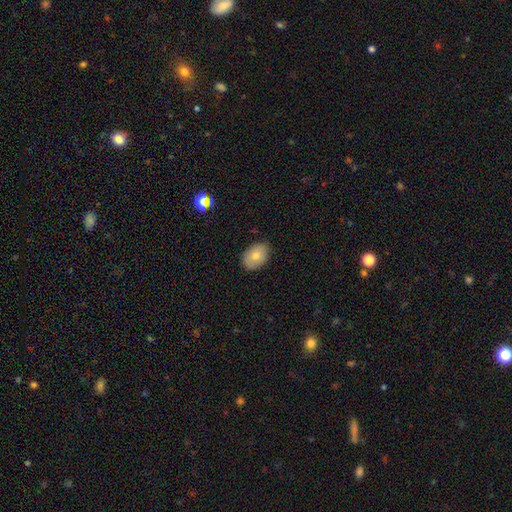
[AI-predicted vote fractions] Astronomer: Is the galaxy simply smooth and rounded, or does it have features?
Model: smooth — 75%.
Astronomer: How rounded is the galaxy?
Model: in between — 80%.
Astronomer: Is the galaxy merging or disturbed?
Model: none — 86%.